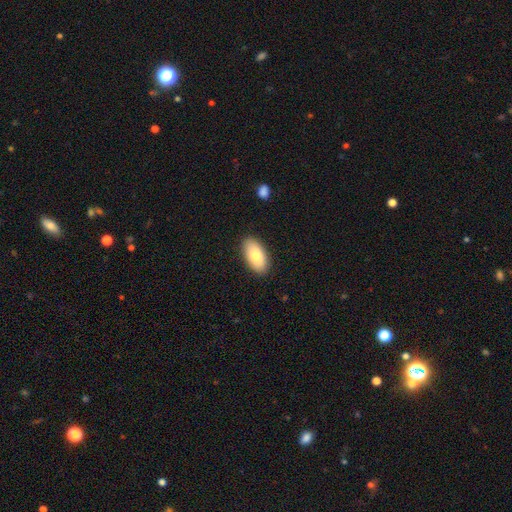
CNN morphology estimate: smooth 82%, featured or disk 12%, star or artifact 6%. Down the decision tree: how rounded — in between (94%); merging — none (88%).